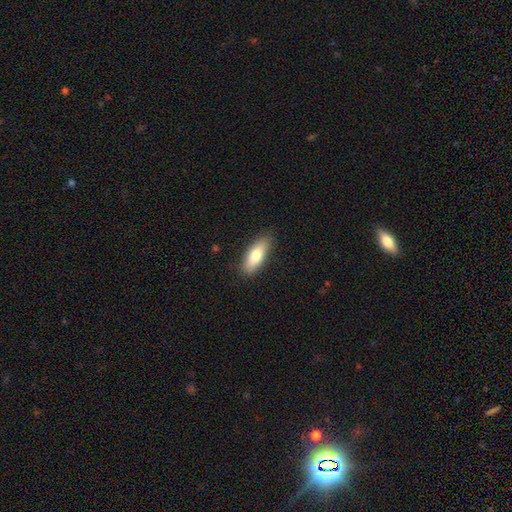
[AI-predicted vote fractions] A smooth galaxy with no disk features (77%) that is in between round and cigar-shaped (68%). Merging: none (86%).